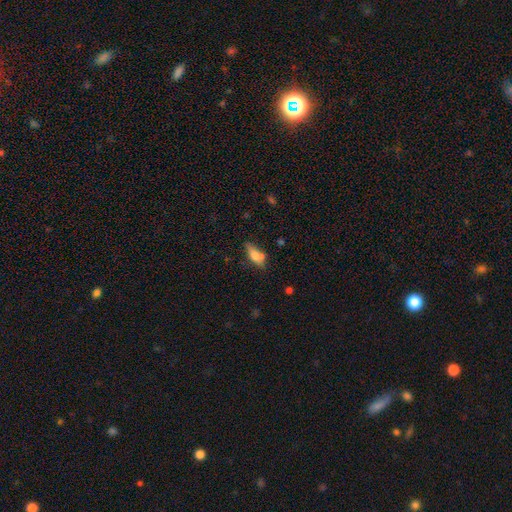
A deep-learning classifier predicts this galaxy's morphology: smooth_or_featured: smooth (p=0.70) [alt: featured or disk p=0.21]
how_rounded: in between (p=0.70) [alt: cigar-shaped p=0.27]
merging: none (p=0.54) [alt: minor disturbance p=0.21]